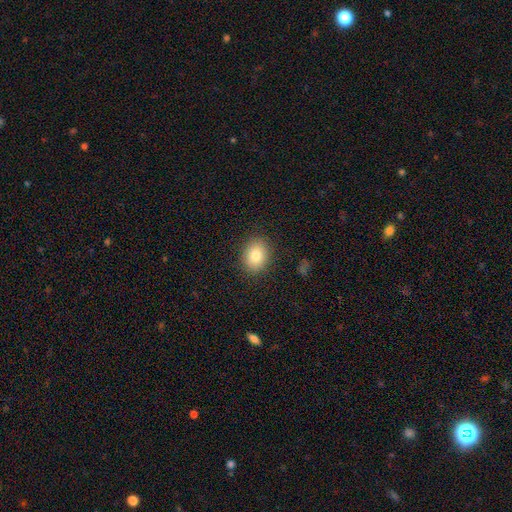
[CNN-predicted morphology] Smooth or featured? smooth (83%)
How rounded? in between (58%)
Merging? none (87%)